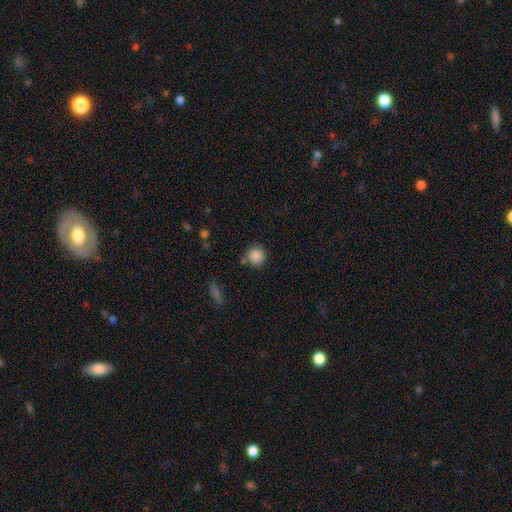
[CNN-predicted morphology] Overall: smooth (87%). How rounded: round (92%). Merging: none (76%).